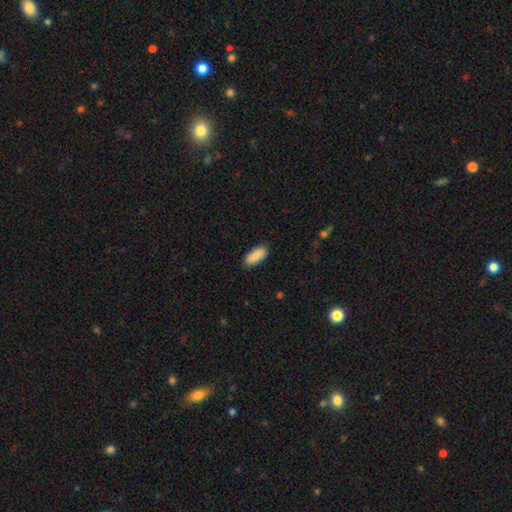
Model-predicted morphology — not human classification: Q: Smooth or featured?
A: smooth (90%); runner-up: star or artifact (6%)
Q: How rounded?
A: in between (88%); runner-up: cigar-shaped (10%)
Q: Merging?
A: none (89%); runner-up: minor disturbance (8%)